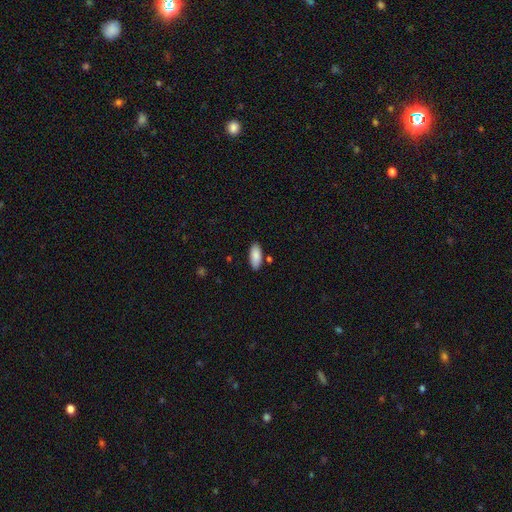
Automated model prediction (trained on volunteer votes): smooth_or_featured: smooth (p=0.88) [alt: star or artifact p=0.06]
how_rounded: in between (p=0.87) [alt: cigar-shaped p=0.11]
merging: none (p=0.84) [alt: minor disturbance p=0.11]